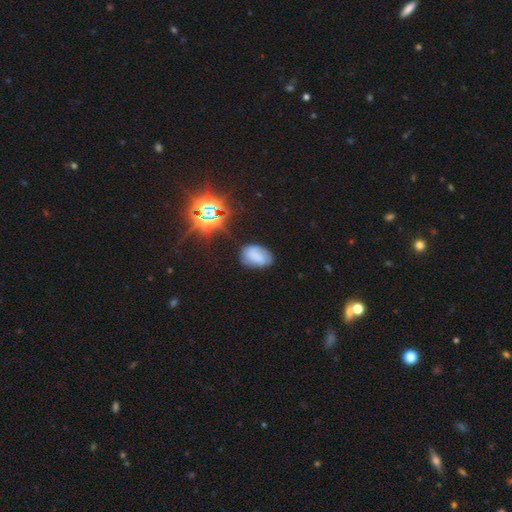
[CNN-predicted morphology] type=smooth (69%); roundness=in between (87%); merging=none (68%).